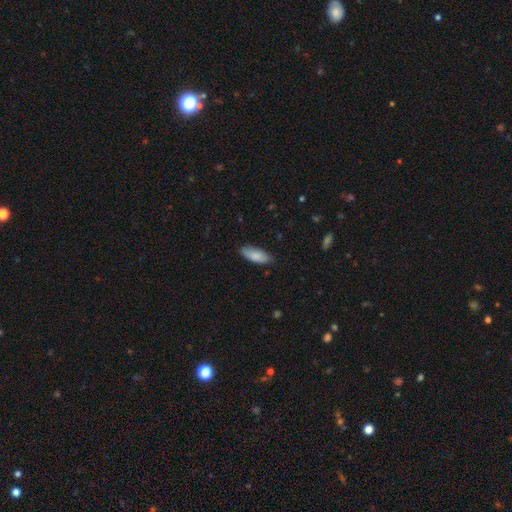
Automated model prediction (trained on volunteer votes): The model was most divided on "how rounded": in between: 74%, cigar-shaped: 25%, round: 2%. More confident: smooth or featured — smooth (85%); merging — none (82%).